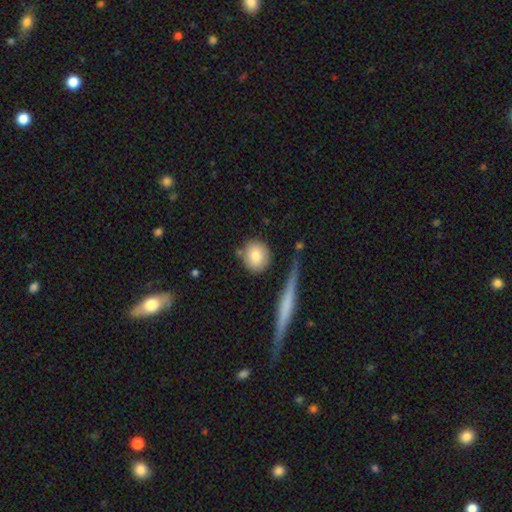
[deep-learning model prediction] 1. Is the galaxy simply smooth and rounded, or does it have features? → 82% smooth, 11% featured or disk, 7% star or artifact.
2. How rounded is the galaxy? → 84% round, 13% in between, 2% cigar-shaped.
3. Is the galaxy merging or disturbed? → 76% none, 11% minor disturbance, 8% merger, 4% major disturbance.